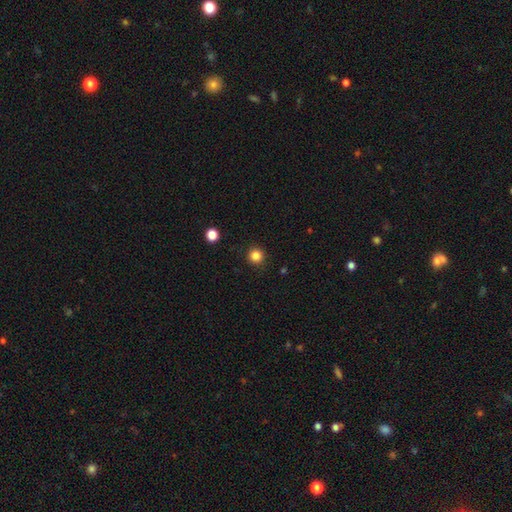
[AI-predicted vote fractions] The model was most divided on "smooth or featured": smooth: 85%, star or artifact: 12%, featured or disk: 3%. More confident: how rounded — round (95%); merging — none (92%).